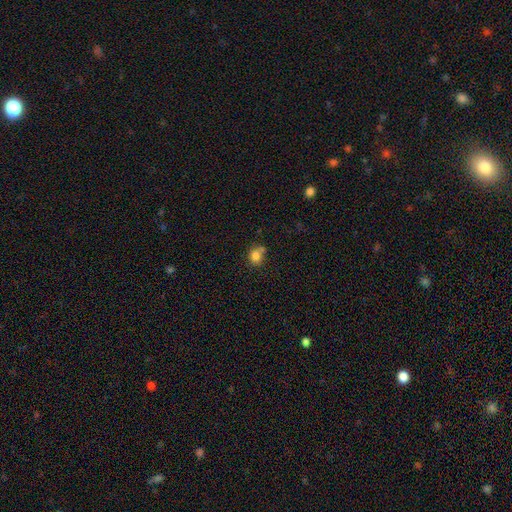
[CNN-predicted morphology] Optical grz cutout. It shows a smooth galaxy with no disk features (81%) that is round (71%). Merging: none (53%).